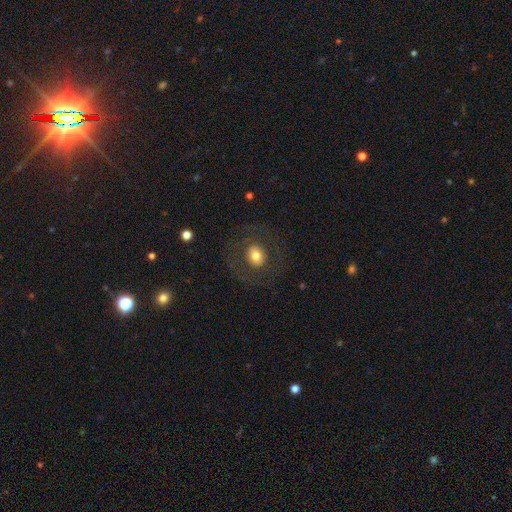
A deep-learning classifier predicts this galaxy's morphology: A smooth galaxy with no disk features (64%) that is round (68%). Merging: none (78%).